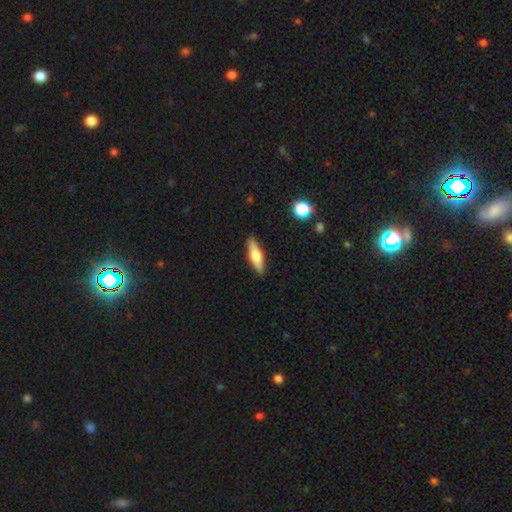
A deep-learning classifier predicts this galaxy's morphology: Smooth or featured? smooth (49%)
Merging? none (90%)